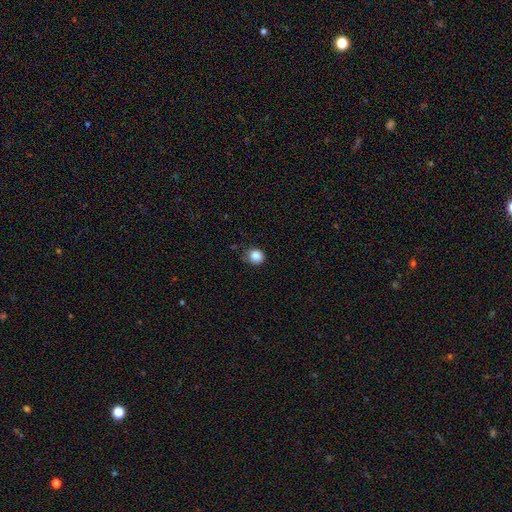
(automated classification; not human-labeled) A smooth galaxy with no disk features (85%) that is round (81%).

Vote fractions:
- Smooth or featured? smooth: 85% / star or artifact: 11% / featured or disk: 5%
- How rounded? round: 81% / in between: 19% / cigar-shaped: 1%
- Merging? none: 72% / minor disturbance: 22% / major disturbance: 4% / merger: 2%